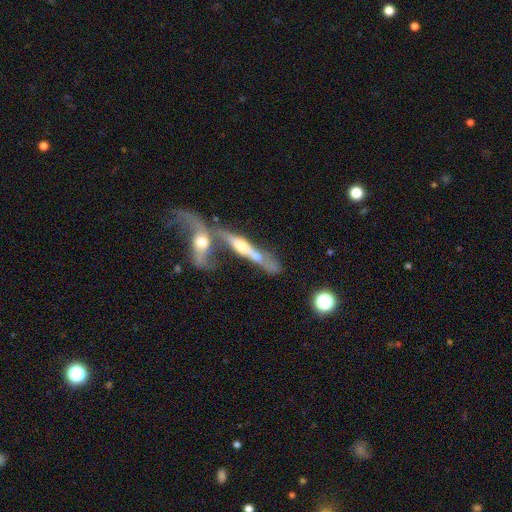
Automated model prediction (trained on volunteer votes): Smooth or featured? Predicted: featured or disk (p=0.64). Edge-on disk? Predicted: yes (p=0.67). Merging? Predicted: merger (p=0.65).